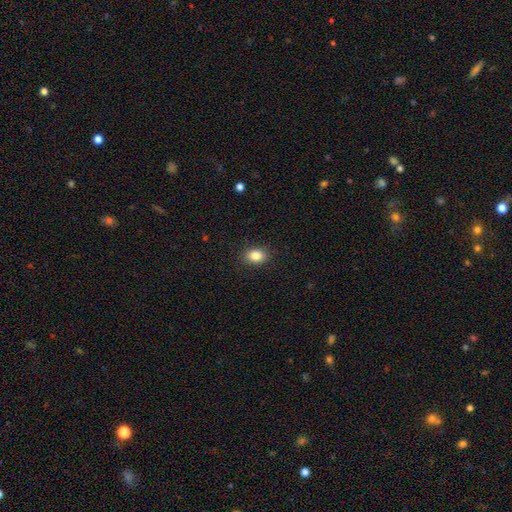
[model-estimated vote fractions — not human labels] The model was most divided on "how rounded": in between: 75%, round: 24%, cigar-shaped: 1%. More confident: merging — none (88%); smooth or featured — smooth (85%).